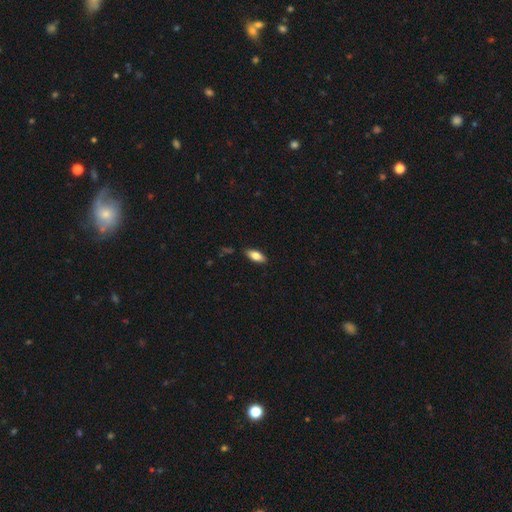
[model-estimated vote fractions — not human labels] smooth 79%, featured or disk 15%, star or artifact 6%. Down the decision tree: how rounded — in between (81%); merging — none (86%).